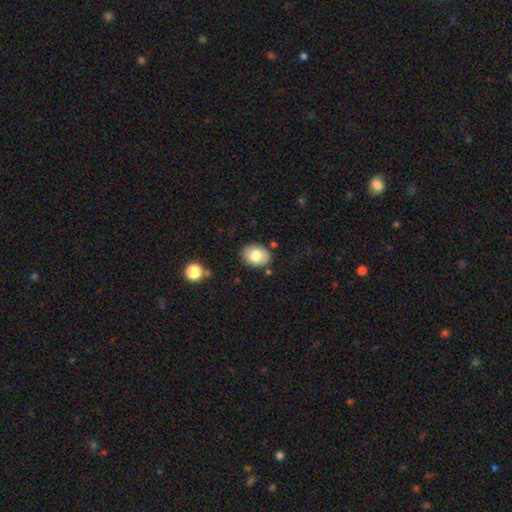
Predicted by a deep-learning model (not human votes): Morphology: type=smooth (77%); roundness=in between (71%); merging=none (84%).